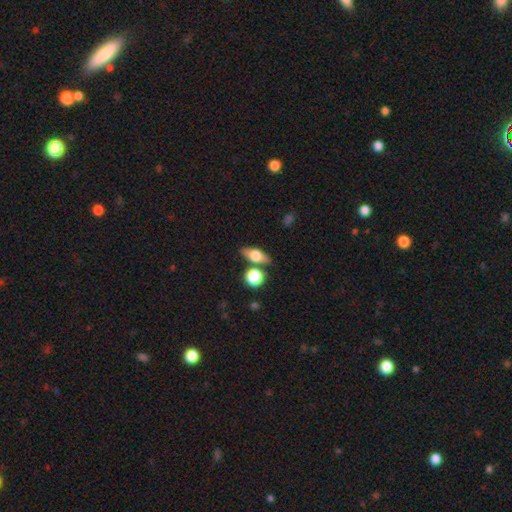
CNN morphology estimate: Smooth or featured? smooth (54%)
How rounded? in between (58%)
Merging? none (71%)